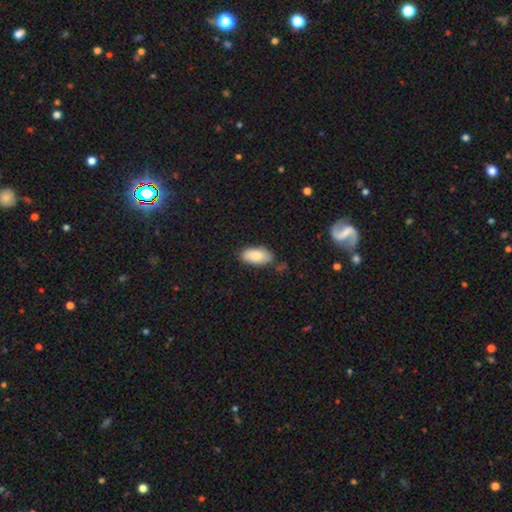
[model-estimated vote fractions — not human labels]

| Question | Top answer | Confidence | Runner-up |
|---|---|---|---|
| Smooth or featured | smooth | 84% | featured or disk (10%) |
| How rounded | in between | 94% | cigar-shaped (4%) |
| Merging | none | 76% | minor disturbance (18%) |